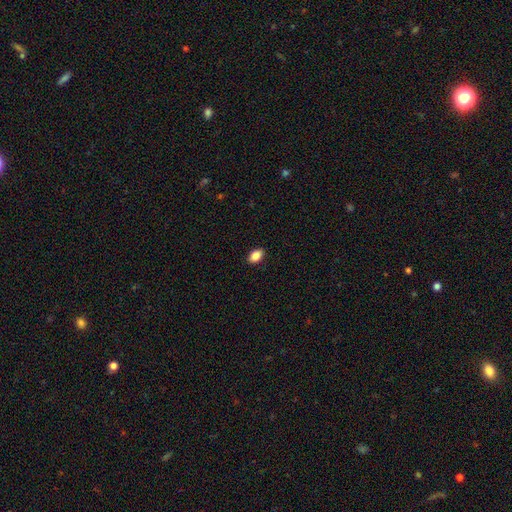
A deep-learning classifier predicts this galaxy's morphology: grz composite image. It shows a smooth galaxy with no disk features (87%) that is in between round and cigar-shaped (88%). Merging: none (89%).